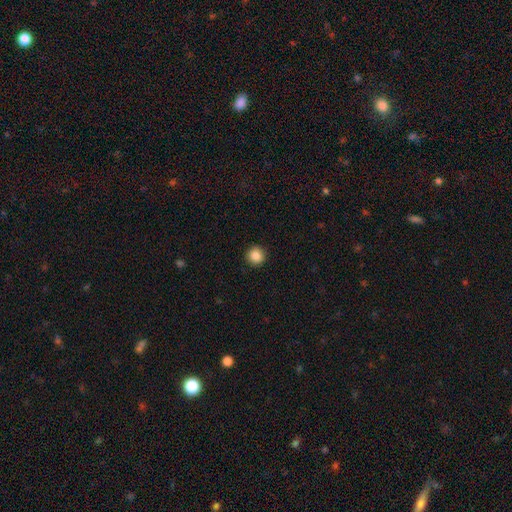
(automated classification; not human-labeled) Smooth or featured?
  - smooth: 87% *
  - star or artifact: 10%
  - featured or disk: 3%
How rounded?
  - round: 94% *
  - in between: 5%
  - cigar-shaped: 1%
Merging?
  - none: 93% *
  - minor disturbance: 5%
  - major disturbance: 2%
  - merger: 1%